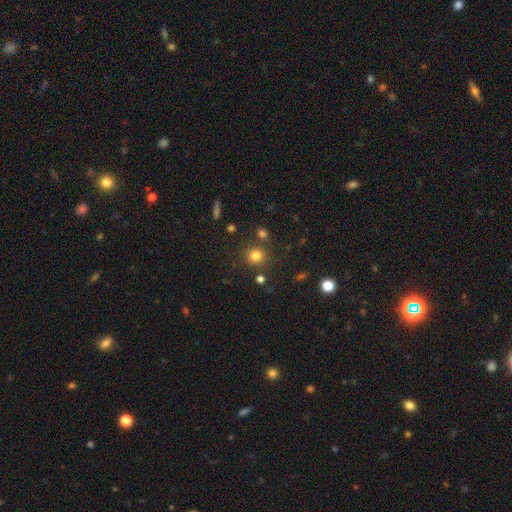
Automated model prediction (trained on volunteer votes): A smooth galaxy with no disk features (79%) that is round (89%). Merging: none (81%).